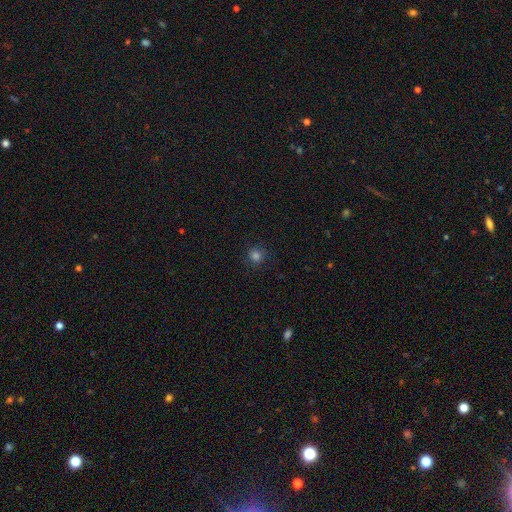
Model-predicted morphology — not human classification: Q: Smooth or featured?
A: smooth (79%); runner-up: star or artifact (16%)
Q: How rounded?
A: round (92%); runner-up: in between (7%)
Q: Merging?
A: none (87%); runner-up: minor disturbance (9%)